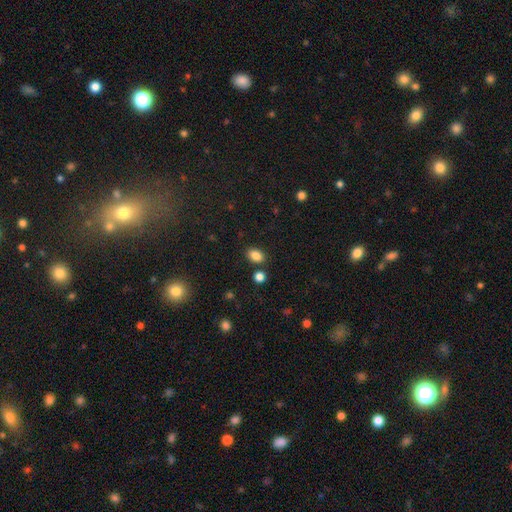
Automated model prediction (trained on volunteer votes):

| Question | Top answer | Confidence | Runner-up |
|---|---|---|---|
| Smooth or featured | smooth | 85% | star or artifact (10%) |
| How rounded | in between | 80% | round (19%) |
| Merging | none | 81% | minor disturbance (10%) |